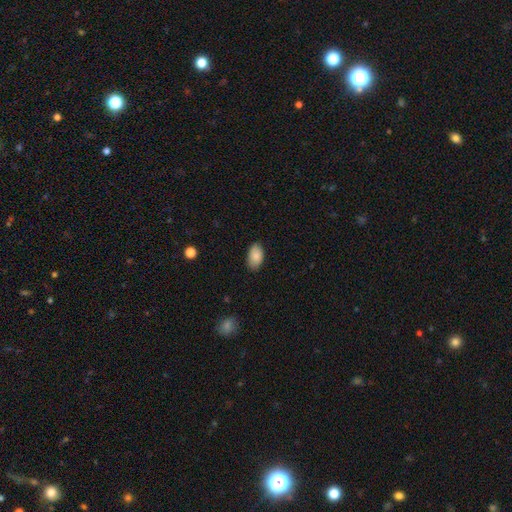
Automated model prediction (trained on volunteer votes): smooth-or-featured: smooth: 88% | star or artifact: 7% | featured or disk: 5%
  how-rounded: in between: 94% | round: 4% | cigar-shaped: 2%
  merging: none: 84% | minor disturbance: 13% | major disturbance: 2% | merger: 1%